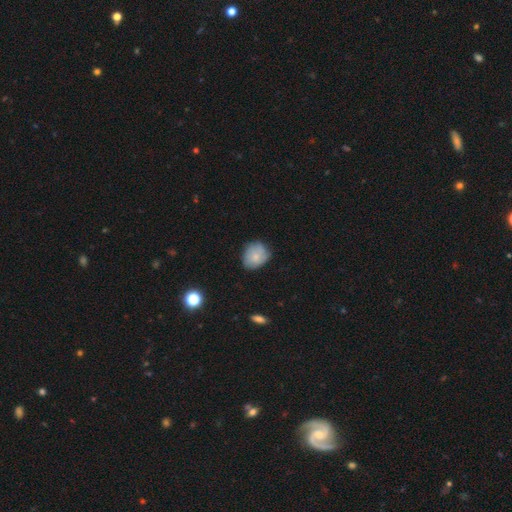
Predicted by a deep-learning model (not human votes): smooth 73%, featured or disk 19%, star or artifact 8%. Down the decision tree: how rounded — round (64%); merging — none (71%).